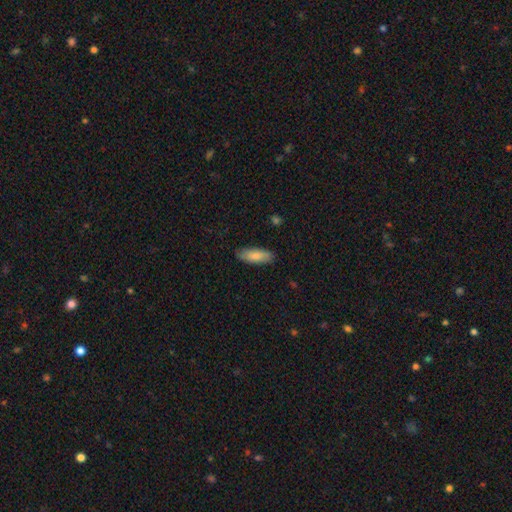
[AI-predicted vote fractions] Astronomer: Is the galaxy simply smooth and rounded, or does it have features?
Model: smooth — 82%.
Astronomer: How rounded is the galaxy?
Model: in between — 70%.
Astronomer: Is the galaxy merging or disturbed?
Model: none — 84%.